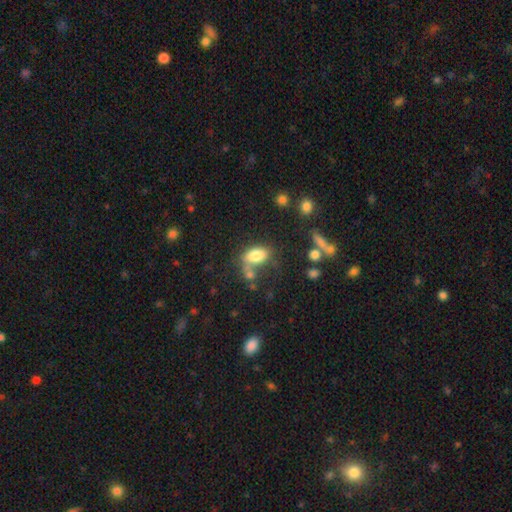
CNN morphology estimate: Overall: smooth (80%). How rounded: in between (88%). Merging: none (48%; merger 24%).